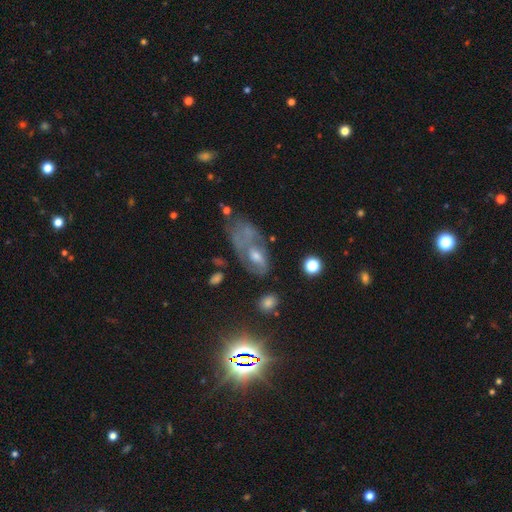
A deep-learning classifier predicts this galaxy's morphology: Overall: featured or disk (51%; smooth 29%). Edge-on disk: no (90%). Merging: none (34%; major disturbance 31%).